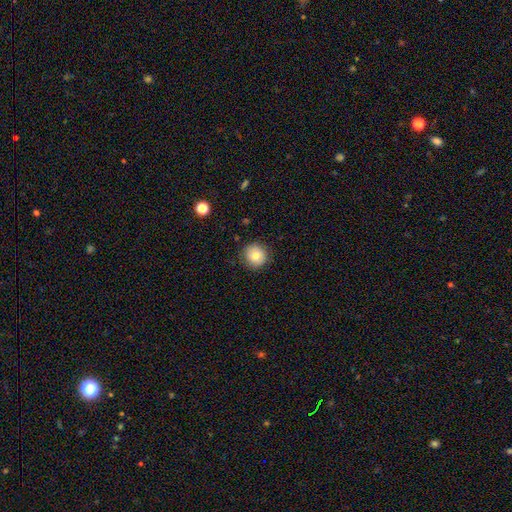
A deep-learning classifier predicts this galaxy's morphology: This appears to be a smooth galaxy with no disk features (75%) that is round (92%). Merging: none (86%).